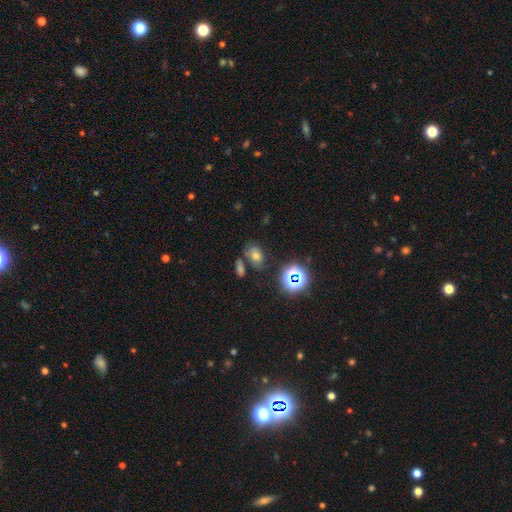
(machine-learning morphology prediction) smooth-or-featured: smooth: 60% | star or artifact: 26% | featured or disk: 15%
  how-rounded: in between: 73% | round: 25% | cigar-shaped: 2%
  merging: none: 61% | merger: 17% | minor disturbance: 16% | major disturbance: 6%